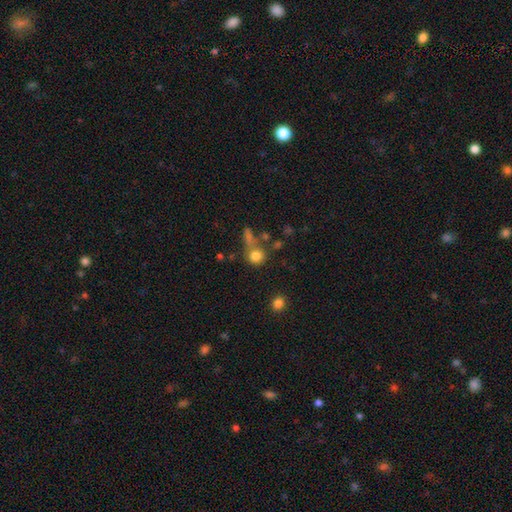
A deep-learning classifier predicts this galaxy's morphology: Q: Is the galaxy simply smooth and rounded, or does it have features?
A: smooth — 78%.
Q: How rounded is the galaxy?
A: round — 89%.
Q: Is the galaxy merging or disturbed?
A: none — 58%.